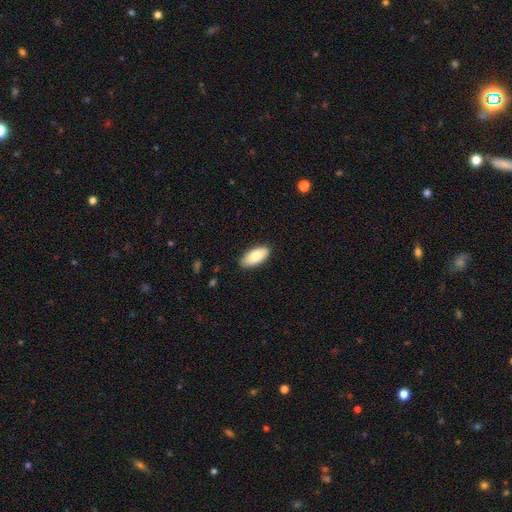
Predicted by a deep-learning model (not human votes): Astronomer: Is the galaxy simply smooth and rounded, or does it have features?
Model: smooth — 77%.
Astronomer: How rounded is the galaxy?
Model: in between — 91%.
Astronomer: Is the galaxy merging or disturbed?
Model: none — 87%.